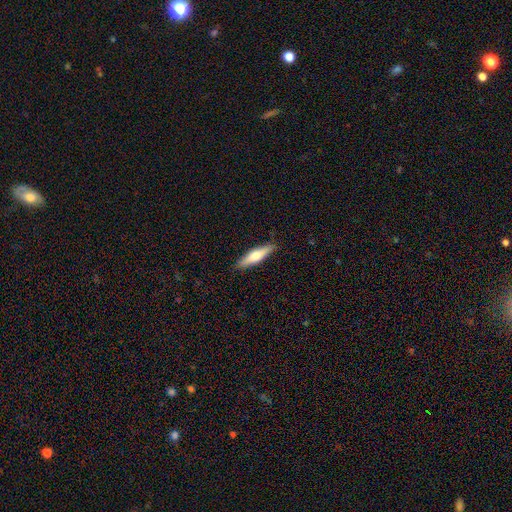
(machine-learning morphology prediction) smooth 57%, featured or disk 38%, star or artifact 5%. Down the decision tree: how rounded — cigar-shaped (70%); merging — none (88%).